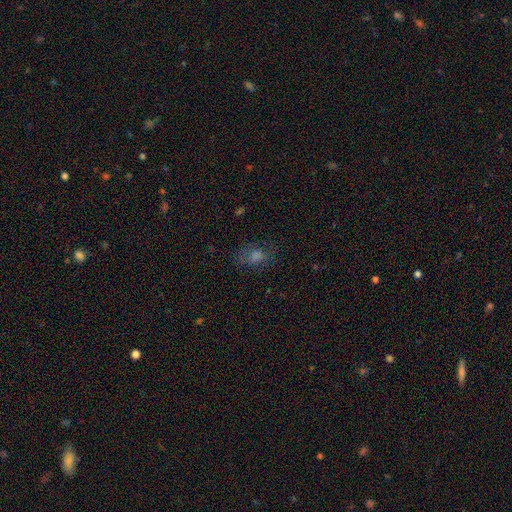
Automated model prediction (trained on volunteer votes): Overall: smooth (52%; star or artifact 28%). How rounded: in between (75%). Merging: none (65%).